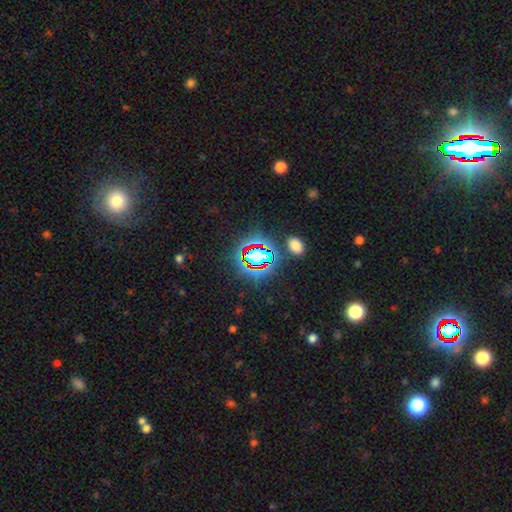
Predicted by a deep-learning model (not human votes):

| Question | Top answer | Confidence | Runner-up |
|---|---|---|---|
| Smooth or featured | star or artifact | 65% | smooth (23%) |